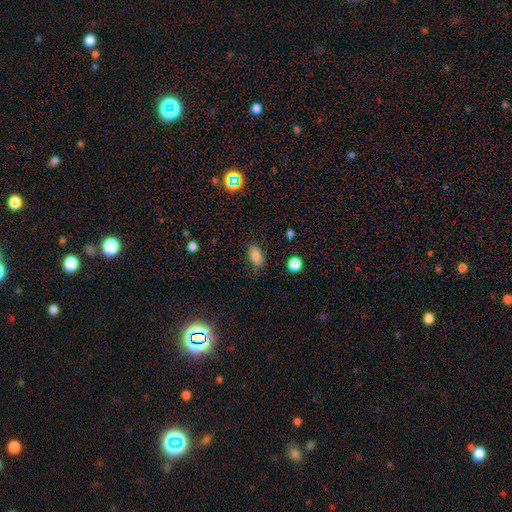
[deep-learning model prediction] A smooth galaxy with no disk features (81%) that is in between round and cigar-shaped (87%).

Vote fractions:
- Smooth or featured? smooth: 81% / star or artifact: 11% / featured or disk: 9%
- How rounded? in between: 87% / round: 11% / cigar-shaped: 2%
- Merging? none: 77% / minor disturbance: 17% / major disturbance: 4% / merger: 2%